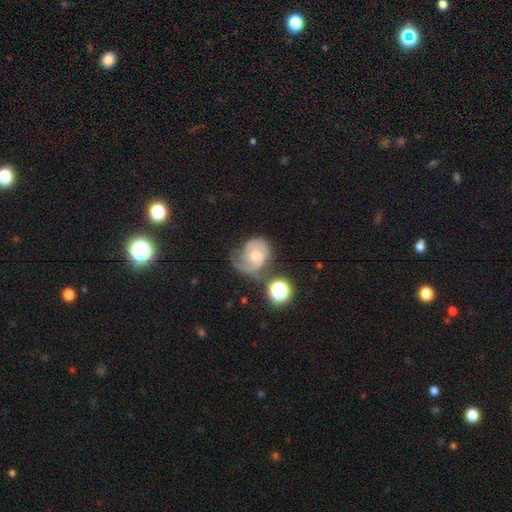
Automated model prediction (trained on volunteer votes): The model was most divided on "bulge size" (2-way tie): small: 45%, moderate: 45%, none: 5%, large: 4%, dominant: 1%. Remaining: edge-on disk — no (98%); spiral arms — yes (92%); smooth or featured — featured or disk (73%); bar — no (67%); spiral winding — medium (42%); spiral arm count — 2 (41%); merging — none (38%).